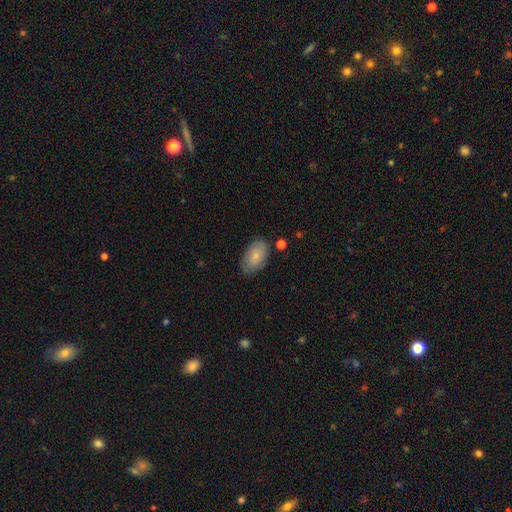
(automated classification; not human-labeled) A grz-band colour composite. It shows a smooth galaxy with no disk features (78%) that is in between round and cigar-shaped (93%). Merging: none (77%).